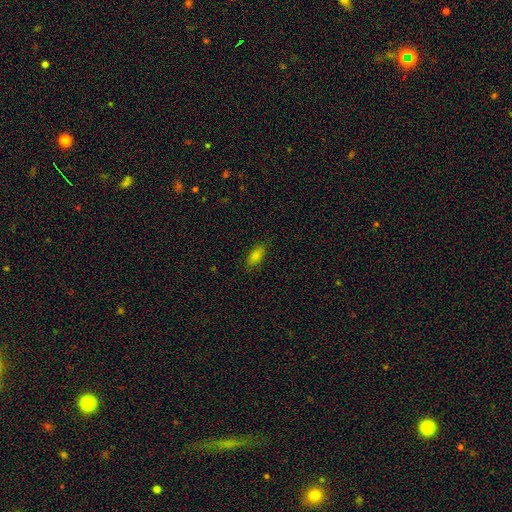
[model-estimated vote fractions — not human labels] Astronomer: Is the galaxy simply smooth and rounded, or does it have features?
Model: smooth — 78%.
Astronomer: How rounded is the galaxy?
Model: in between — 85%.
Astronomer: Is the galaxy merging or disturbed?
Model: none — 86%.